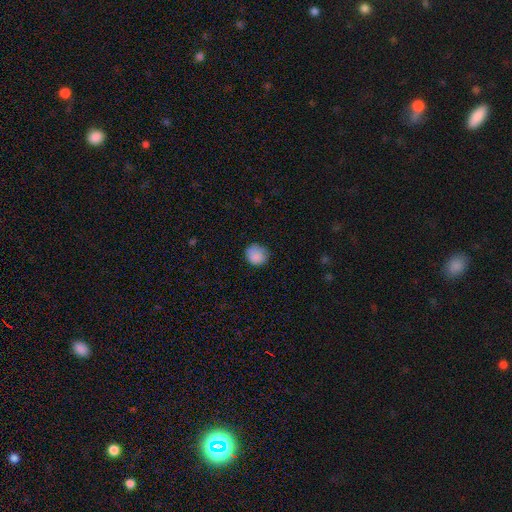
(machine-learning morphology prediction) smooth_or_featured: smooth (p=0.87) [alt: star or artifact p=0.09]
how_rounded: round (p=0.73) [alt: in between p=0.26]
merging: none (p=0.75) [alt: minor disturbance p=0.19]